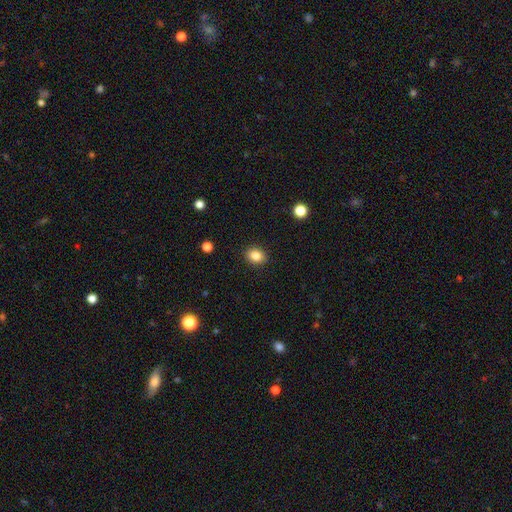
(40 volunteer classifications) Q: Smooth or featured?
A: smooth (90%); runner-up: star or artifact (10%)
Q: How rounded?
A: round (61%); runner-up: in between (39%)
Q: Merging?
A: none (97%); runner-up: minor disturbance (3%)